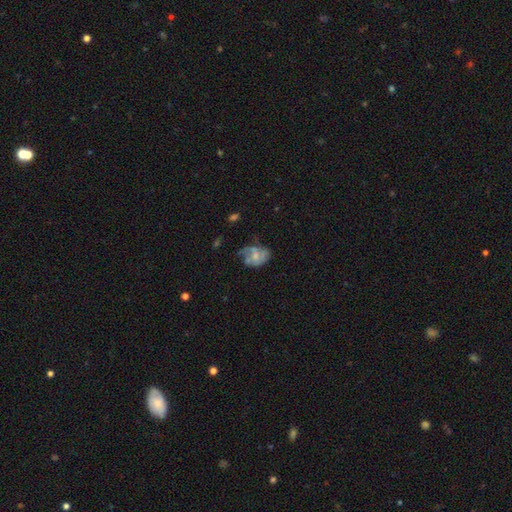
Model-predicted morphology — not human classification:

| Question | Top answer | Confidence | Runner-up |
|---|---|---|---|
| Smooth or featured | featured or disk | 58% | smooth (33%) |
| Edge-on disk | no | 98% | yes (2%) |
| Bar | no | 75% | weak (22%) |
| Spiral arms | yes | 57% | no (43%) |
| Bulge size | small | 44% | moderate (35%) |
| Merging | none | 35% | major disturbance (31%) |